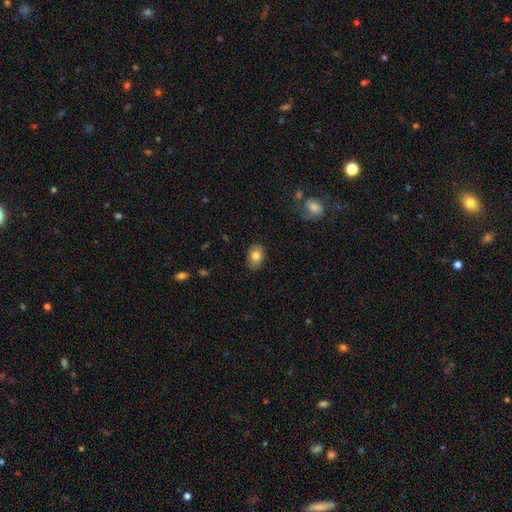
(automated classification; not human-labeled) smooth-or-featured: smooth: 80% | featured or disk: 12% | star or artifact: 8%
  how-rounded: in between: 80% | round: 19% | cigar-shaped: 1%
  merging: none: 86% | minor disturbance: 10% | major disturbance: 2% | merger: 1%